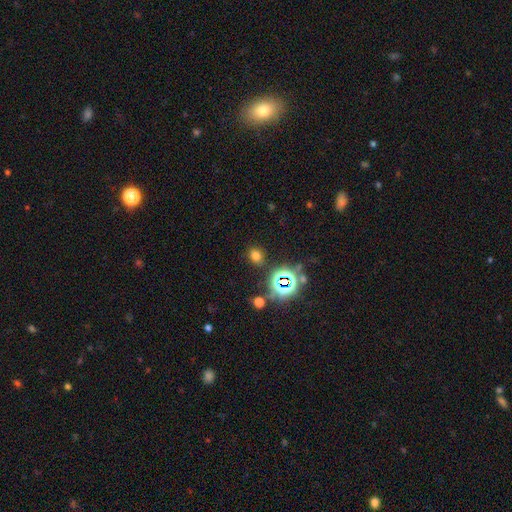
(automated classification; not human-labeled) smooth-or-featured: smooth: 64% | star or artifact: 29% | featured or disk: 7%
  how-rounded: round: 59% | in between: 39% | cigar-shaped: 1%
  merging: none: 83% | minor disturbance: 10% | major disturbance: 4% | merger: 4%